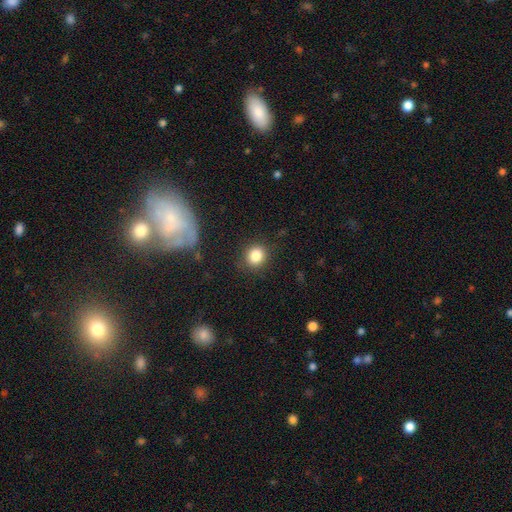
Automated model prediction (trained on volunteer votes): smooth_or_featured: smooth (p=0.85) [alt: star or artifact p=0.10]
how_rounded: round (p=0.83) [alt: in between p=0.16]
merging: none (p=0.88) [alt: minor disturbance p=0.08]